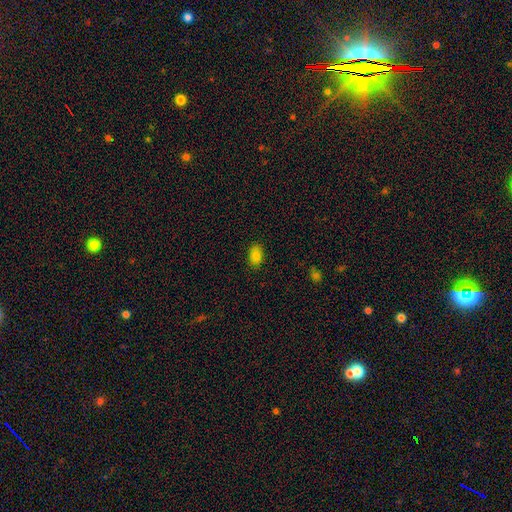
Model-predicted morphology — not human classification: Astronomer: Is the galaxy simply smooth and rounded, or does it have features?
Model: smooth — 84%.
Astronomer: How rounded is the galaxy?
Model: in between — 88%.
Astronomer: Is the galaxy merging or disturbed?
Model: none — 86%.